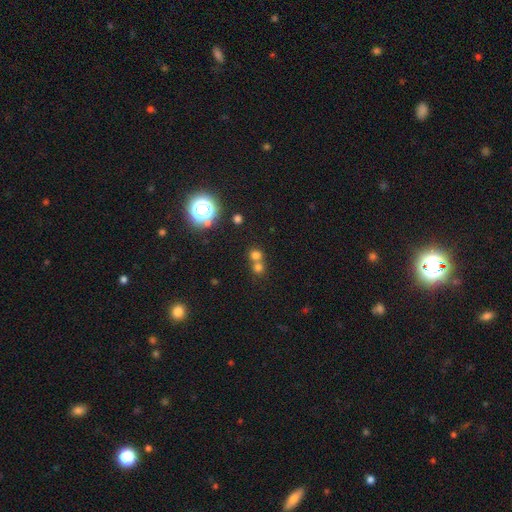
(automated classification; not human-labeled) smooth-or-featured: smooth: 66% | star or artifact: 24% | featured or disk: 10%
  how-rounded: round: 84% | in between: 15% | cigar-shaped: 1%
  merging: merger: 48% | none: 44% | minor disturbance: 5% | major disturbance: 3%